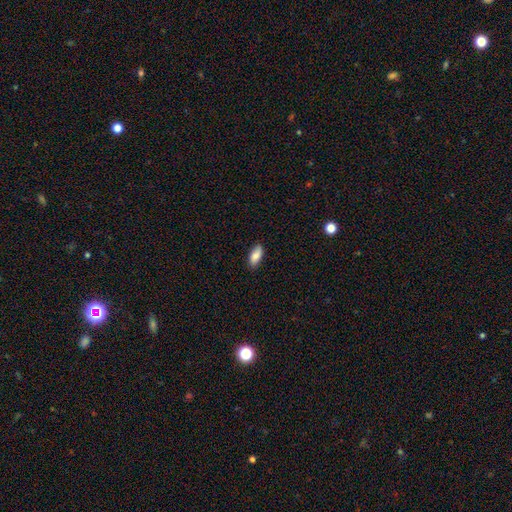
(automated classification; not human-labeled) This is clearly a smooth galaxy (84%). How rounded: clearly in between (87%). Merging: clearly none (86%).